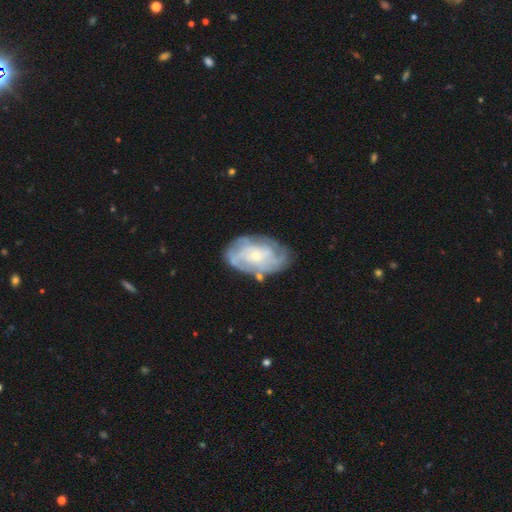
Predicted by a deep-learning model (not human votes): smooth-or-featured: featured or disk: 76% | smooth: 18% | star or artifact: 6%
  disk-edge-on: no: 96% | yes: 4%
    bar: no: 76% | weak: 20% | strong: 4%
    has-spiral-arms: yes: 84% | no: 16%
      spiral-winding: tight: 60% | medium: 30% | loose: 10%
      spiral-arm-count: can't tell: 49% | 2: 14% | 3: 14% | 4: 13% | more than 4: 6% | 1: 5%
    bulge-size: small: 72% | moderate: 23% | none: 2% | large: 2% | dominant: 1%
  merging: none: 71% | minor disturbance: 19% | major disturbance: 7% | merger: 3%